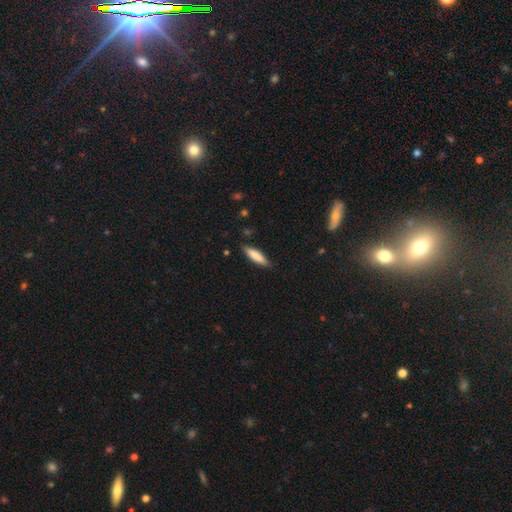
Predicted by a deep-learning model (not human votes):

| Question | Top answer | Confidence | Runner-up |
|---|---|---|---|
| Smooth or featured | smooth | 80% | featured or disk (14%) |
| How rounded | cigar-shaped | 71% | in between (27%) |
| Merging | none | 85% | minor disturbance (11%) |